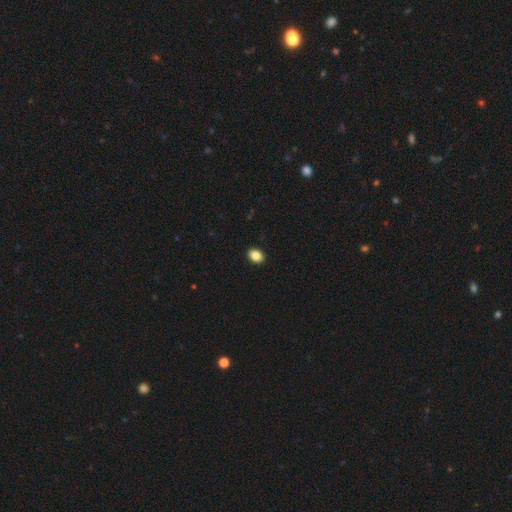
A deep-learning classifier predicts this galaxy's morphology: type=smooth (87%); roundness=in between (67%); merging=none (92%).